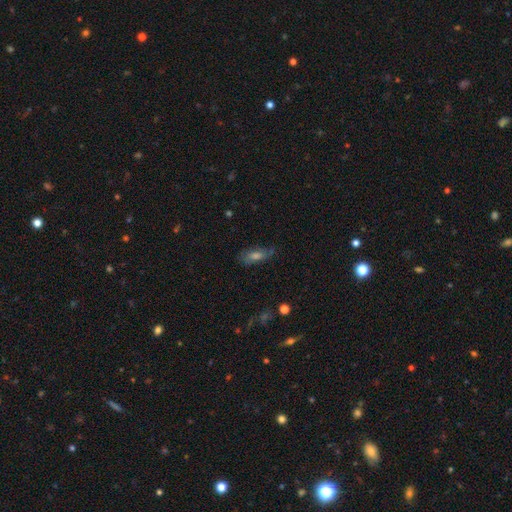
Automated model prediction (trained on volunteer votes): Smooth or featured: smooth — 51% (featured or disk — 31%)
How rounded: in between — 67% (cigar-shaped — 28%)
Merging: none — 67% (minor disturbance — 23%)